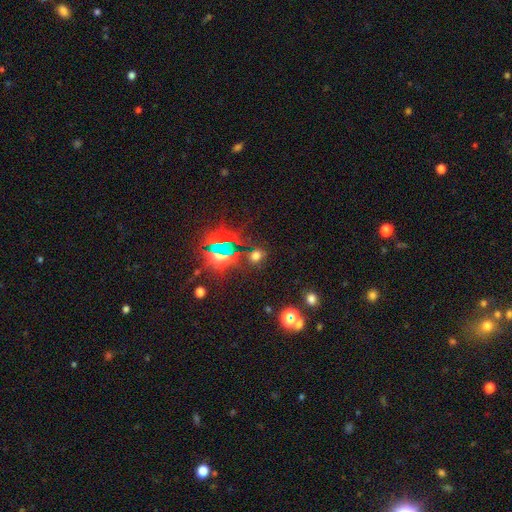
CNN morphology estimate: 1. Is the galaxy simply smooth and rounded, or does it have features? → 48% smooth, 44% star or artifact, 7% featured or disk.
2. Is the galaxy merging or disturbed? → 78% none, 12% minor disturbance, 5% major disturbance, 5% merger.